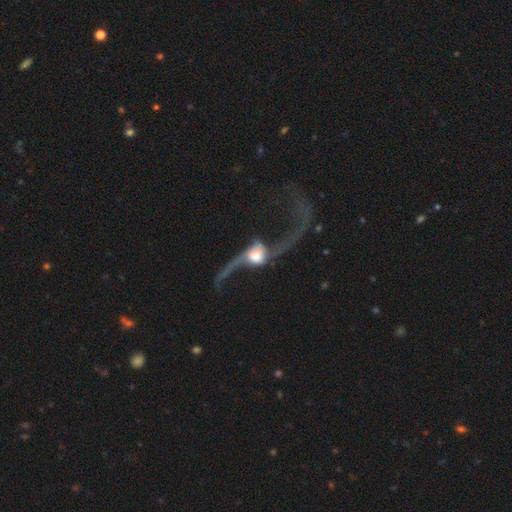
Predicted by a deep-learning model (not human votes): Smooth or featured? featured or disk (75%)
Edge-on disk? no (82%)
Bar? no (66%)
Spiral arms? yes (85%)
Spiral winding? loose (95%)
Spiral arm count? 2 (85%)
Bulge size? large (40%)
Merging? major disturbance (46%)